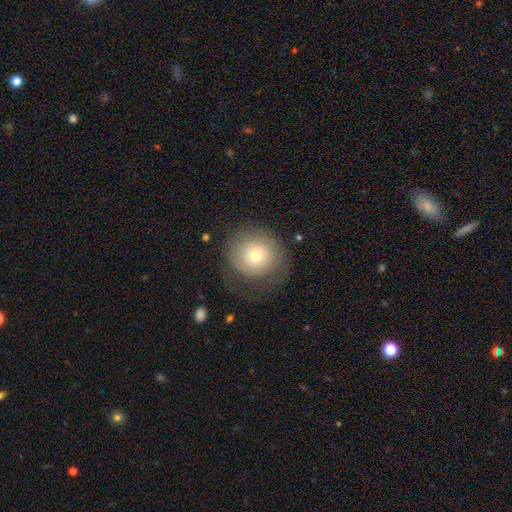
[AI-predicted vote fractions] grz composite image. It shows a smooth galaxy with no disk features (61%) that is round (88%). Merging: none (65%).